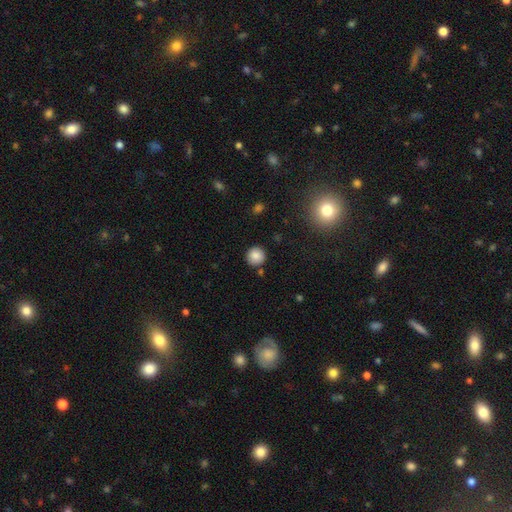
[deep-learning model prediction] smooth 86%, star or artifact 10%, featured or disk 5%. Down the decision tree: how rounded — round (94%); merging — none (88%).